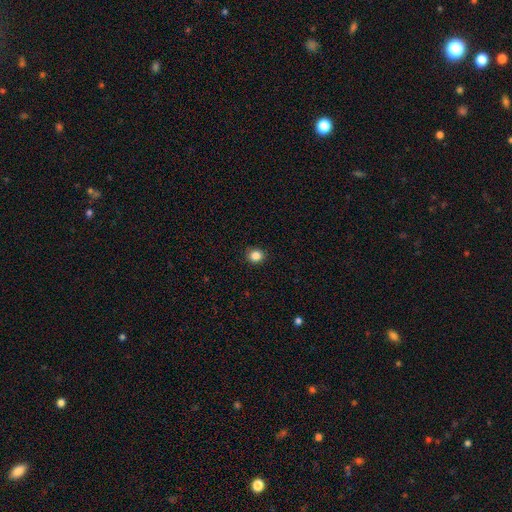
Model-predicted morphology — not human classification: smooth 85%, star or artifact 11%, featured or disk 4%. Down the decision tree: how rounded — round (82%); merging — none (90%).